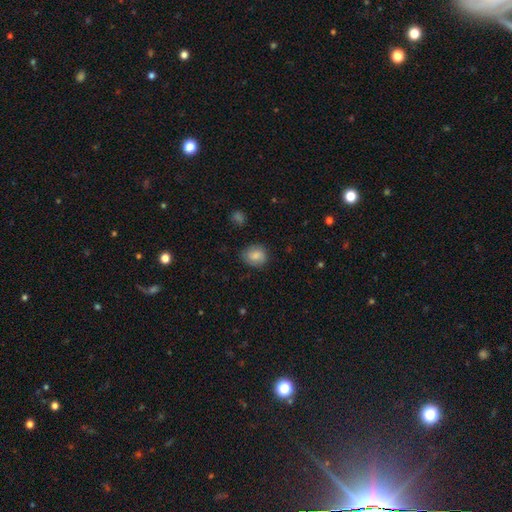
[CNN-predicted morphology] Smooth or featured? smooth (77%)
How rounded? round (68%)
Merging? none (80%)